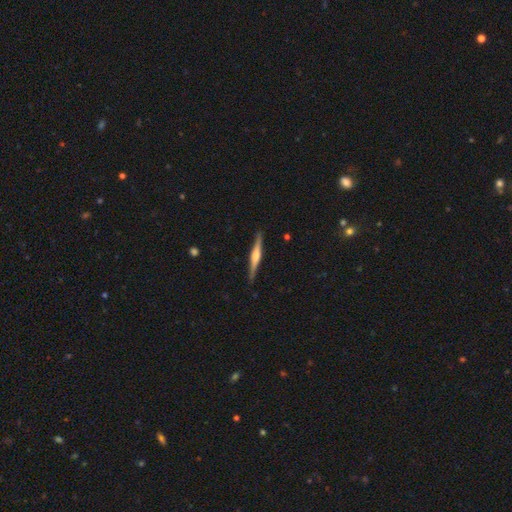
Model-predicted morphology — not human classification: smooth_or_featured: featured or disk (p=0.71) [alt: smooth p=0.24]
disk_edge_on: yes (p=0.98) [alt: no p=0.02]
edge_on_bulge: rounded (p=0.72) [alt: boxy p=0.20]
merging: none (p=0.90) [alt: minor disturbance p=0.07]